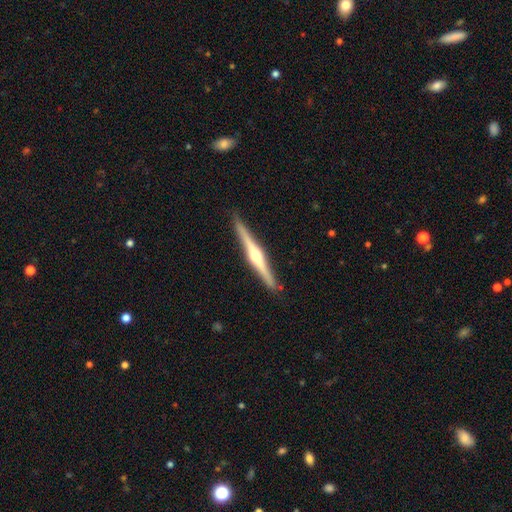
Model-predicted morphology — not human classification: The model was most divided on "smooth or featured": featured or disk: 81%, smooth: 14%, star or artifact: 5%. More confident: edge-on disk — yes (98%); edge-on bulge — rounded (94%); merging — none (90%).